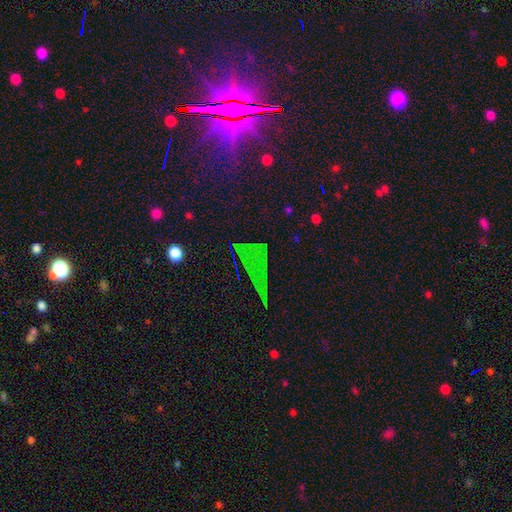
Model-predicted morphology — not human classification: smooth_or_featured: star or artifact (p=0.74) [alt: smooth p=0.14]